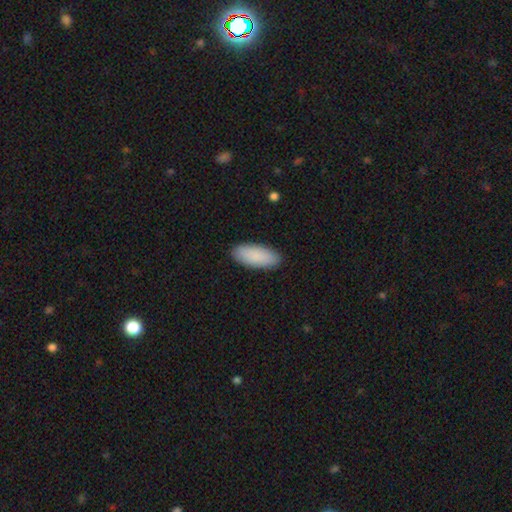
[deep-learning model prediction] smooth_or_featured: smooth (p=0.90) [alt: star or artifact p=0.05]
how_rounded: in between (p=0.85) [alt: cigar-shaped p=0.14]
merging: none (p=0.90) [alt: minor disturbance p=0.08]